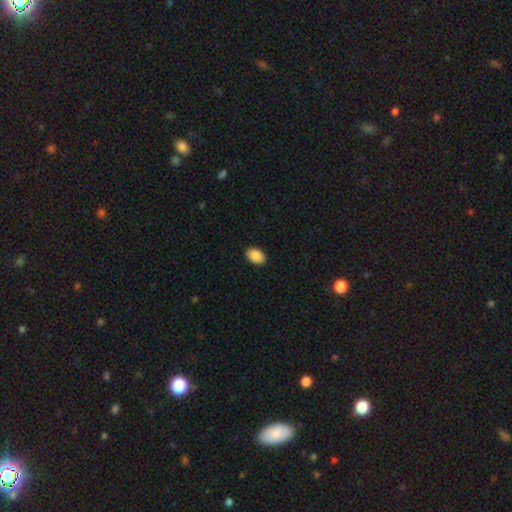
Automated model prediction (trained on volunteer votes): smooth_or_featured: smooth (p=0.89) [alt: star or artifact p=0.07]
how_rounded: in between (p=0.88) [alt: round p=0.11]
merging: none (p=0.90) [alt: minor disturbance p=0.07]